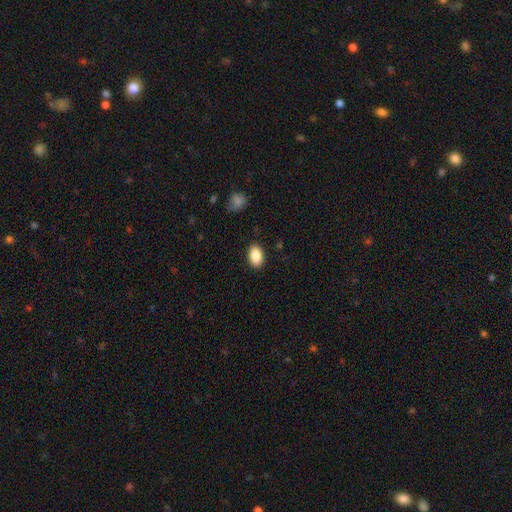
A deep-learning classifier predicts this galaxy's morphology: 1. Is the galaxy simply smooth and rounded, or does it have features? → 87% smooth, 7% star or artifact, 5% featured or disk.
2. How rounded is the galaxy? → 89% in between, 10% round, 1% cigar-shaped.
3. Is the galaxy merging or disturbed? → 88% none, 8% minor disturbance, 2% major disturbance, 1% merger.